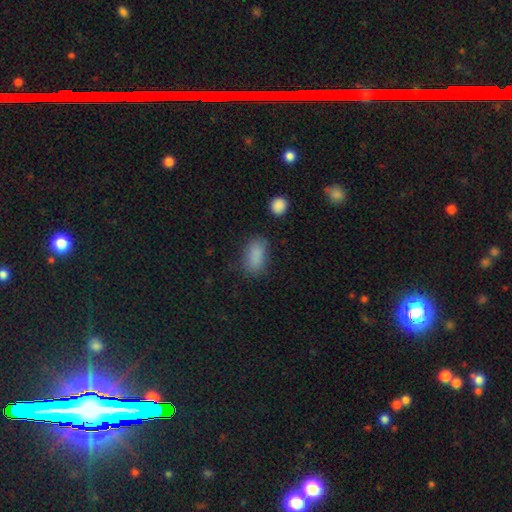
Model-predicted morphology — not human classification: This appears to be a smooth galaxy with no disk features (85%) that is in between round and cigar-shaped (90%). Merging: none (71%).